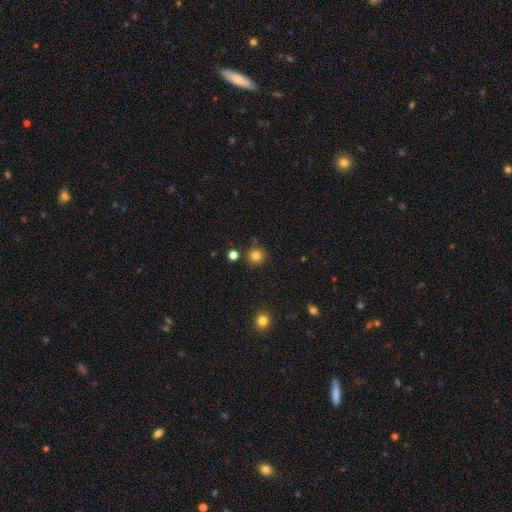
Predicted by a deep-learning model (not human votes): Smooth or featured? smooth (82%)
How rounded? round (93%)
Merging? none (85%)